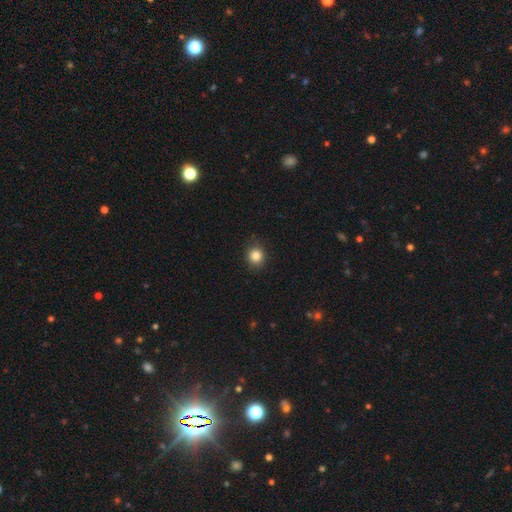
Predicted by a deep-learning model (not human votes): Morphology: type=smooth (85%); roundness=round (84%); merging=none (86%).